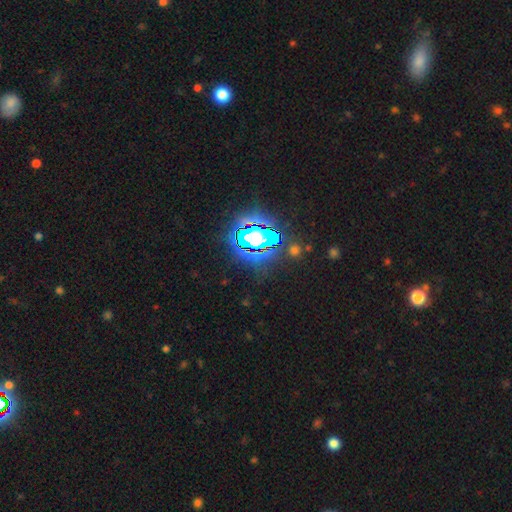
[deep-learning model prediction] This appears to be a star or artifact, not a galaxy (83%).